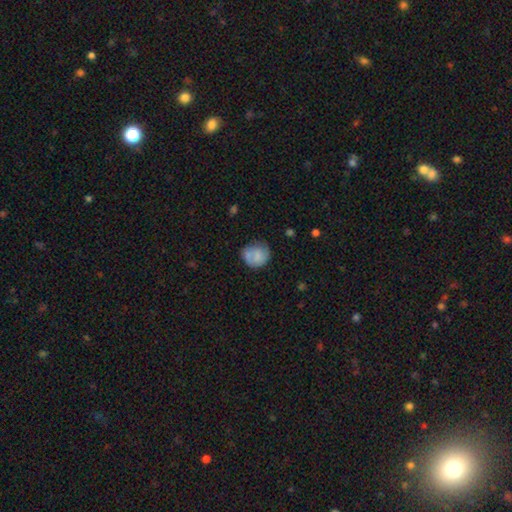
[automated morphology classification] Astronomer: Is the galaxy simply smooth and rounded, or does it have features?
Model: smooth — 70%.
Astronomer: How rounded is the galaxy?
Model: round — 76%.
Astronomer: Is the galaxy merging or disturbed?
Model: none — 56%.